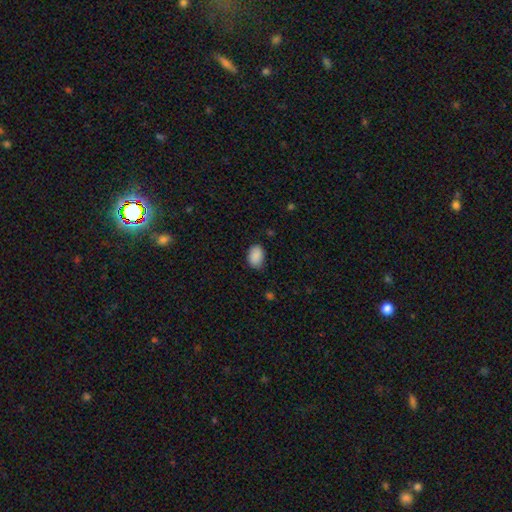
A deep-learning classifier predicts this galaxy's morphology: Smooth or featured? smooth (89%)
How rounded? in between (84%)
Merging? none (76%)